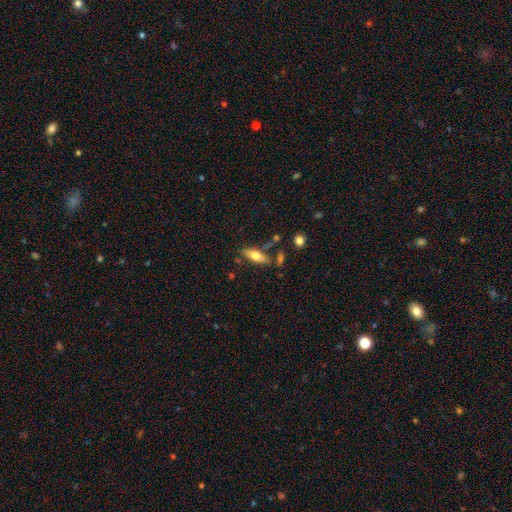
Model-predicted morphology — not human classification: A smooth galaxy with no disk features (61%) that is in between round and cigar-shaped (58%).

Vote fractions:
- Smooth or featured? smooth: 61% / featured or disk: 32% / star or artifact: 7%
- How rounded? in between: 58% / cigar-shaped: 39% / round: 3%
- Merging? none: 68% / minor disturbance: 16% / merger: 10% / major disturbance: 5%